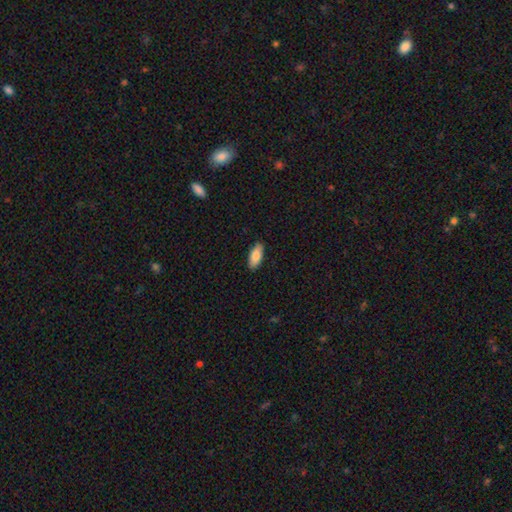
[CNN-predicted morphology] The model was most divided on "how rounded": in between: 84%, cigar-shaped: 14%, round: 2%. More confident: merging — none (89%); smooth or featured — smooth (85%).